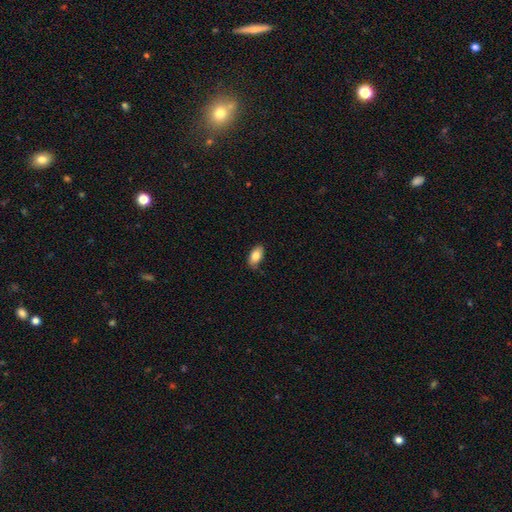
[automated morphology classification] The model was most divided on "merging": none: 84%, minor disturbance: 13%, major disturbance: 2%, merger: 1%. More confident: how rounded — in between (92%); smooth or featured — smooth (83%).